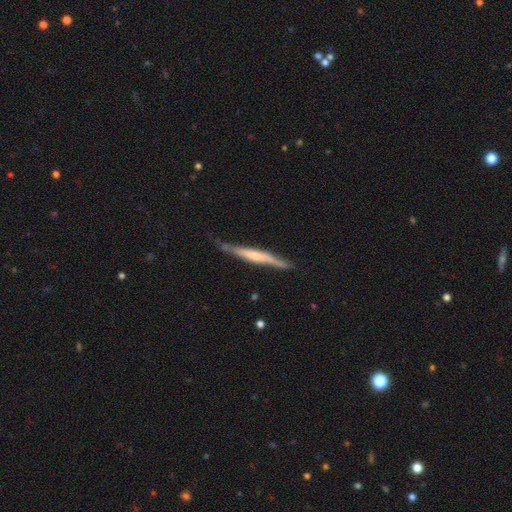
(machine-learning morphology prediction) The model was most divided on "edge-on bulge": none: 44%, rounded: 32%, boxy: 24%. More confident: edge-on disk — yes (95%); merging — none (74%); smooth or featured — featured or disk (59%).